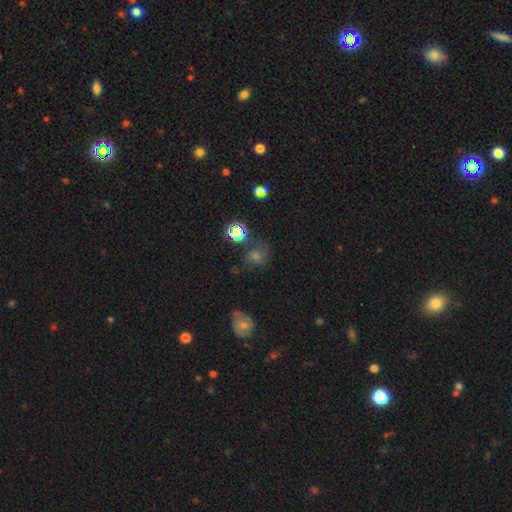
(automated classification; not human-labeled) Smooth or featured: smooth — 44% (star or artifact — 34%)
Merging: none — 57% (minor disturbance — 21%)